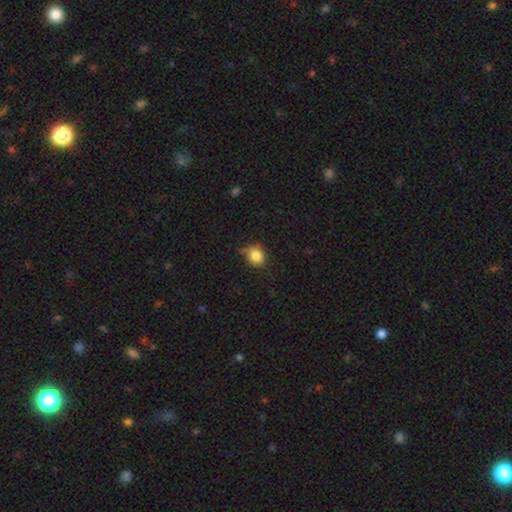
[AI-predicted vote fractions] Smooth or featured? smooth (83%)
How rounded? round (80%)
Merging? none (65%)